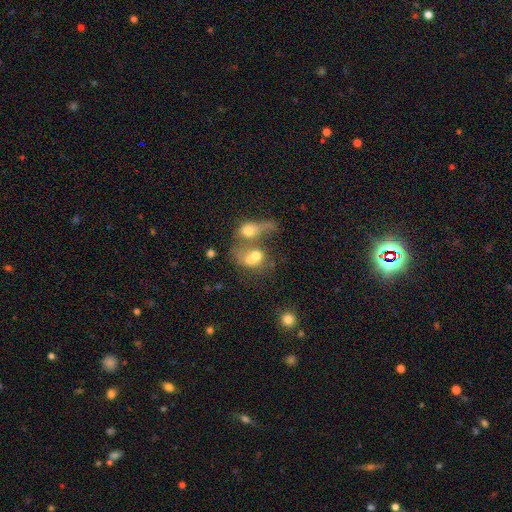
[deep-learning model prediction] Q: Smooth or featured?
A: smooth (59%); runner-up: featured or disk (29%)
Q: How rounded?
A: round (53%); runner-up: in between (45%)
Q: Merging?
A: merger (71%); runner-up: none (12%)